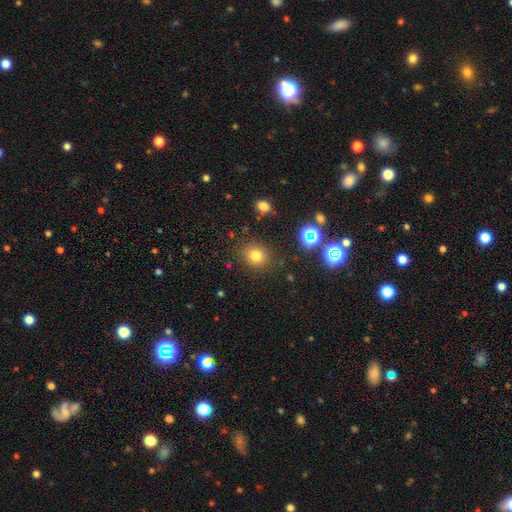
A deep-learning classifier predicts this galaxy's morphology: Smooth or featured: smooth — 75% (star or artifact — 17%)
How rounded: round — 70% (in between — 29%)
Merging: none — 85% (minor disturbance — 9%)